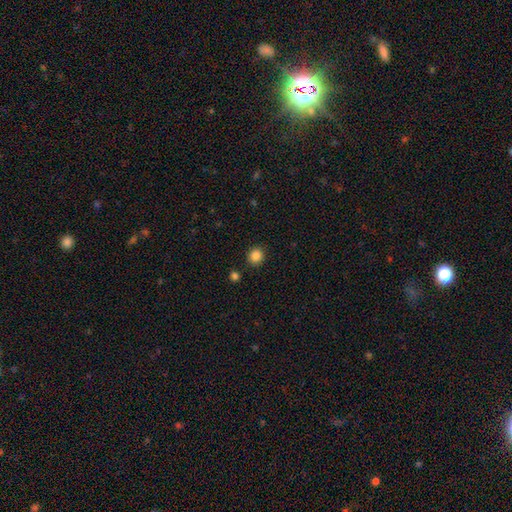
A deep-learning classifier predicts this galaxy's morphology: A smooth galaxy with no disk features (86%) that is round (88%). Merging: none (89%).